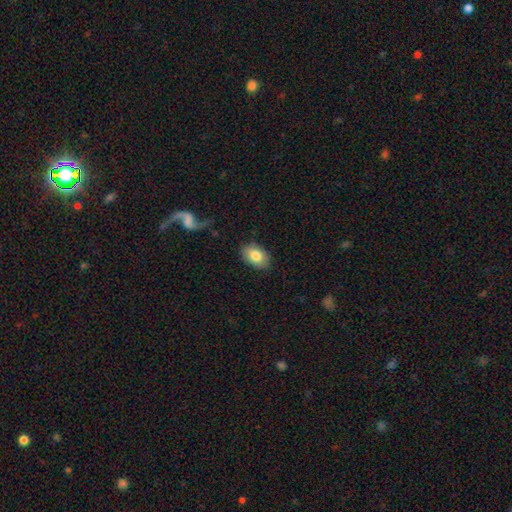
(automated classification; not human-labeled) smooth_or_featured: smooth (p=0.80) [alt: featured or disk p=0.13]
how_rounded: in between (p=0.85) [alt: round p=0.14]
merging: none (p=0.83) [alt: minor disturbance p=0.12]